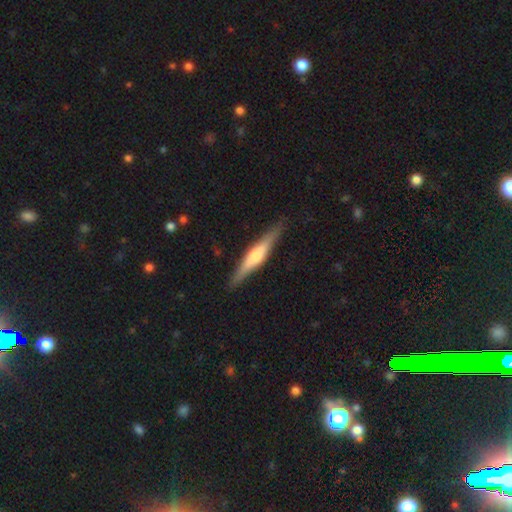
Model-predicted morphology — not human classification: type=featured or disk (64%); edge-on=yes (97%); edge-on bulge=rounded (84%); merging=none (89%).